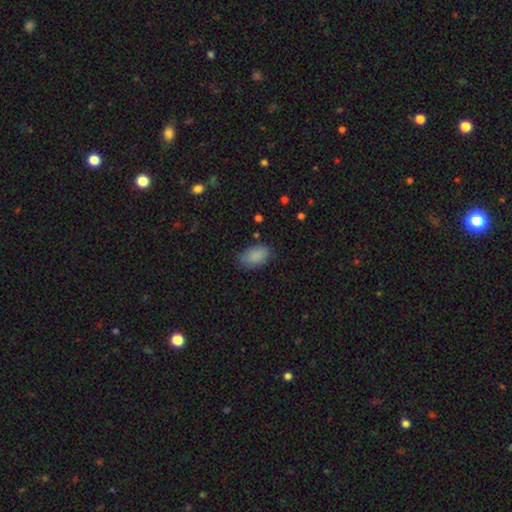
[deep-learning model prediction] A smooth galaxy with no disk features (88%) that is in between round and cigar-shaped (92%).

Vote fractions:
- Smooth or featured? smooth: 88% / star or artifact: 7% / featured or disk: 5%
- How rounded? in between: 92% / round: 6% / cigar-shaped: 2%
- Merging? none: 81% / minor disturbance: 14% / major disturbance: 3% / merger: 1%